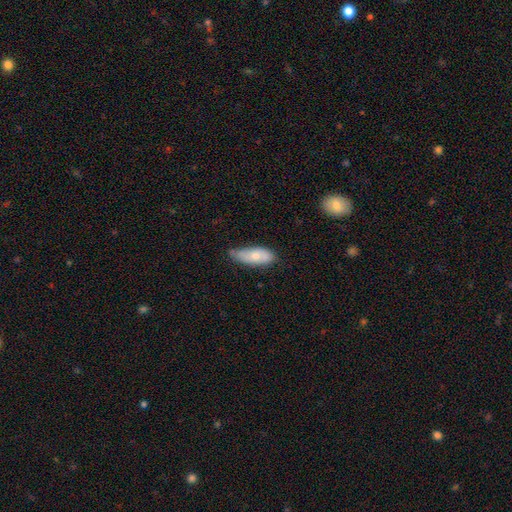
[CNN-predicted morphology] Smooth or featured?
  - smooth: 72% *
  - featured or disk: 22%
  - star or artifact: 6%
How rounded?
  - in between: 77% *
  - cigar-shaped: 21%
  - round: 2%
Merging?
  - none: 56% *
  - minor disturbance: 36%
  - major disturbance: 6%
  - merger: 3%